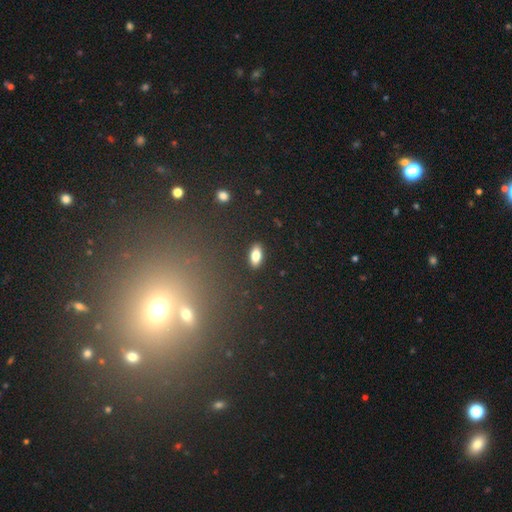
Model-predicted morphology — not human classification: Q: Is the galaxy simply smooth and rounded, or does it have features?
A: smooth — 80%.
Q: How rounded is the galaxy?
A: in between — 87%.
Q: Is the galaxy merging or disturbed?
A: none — 89%.